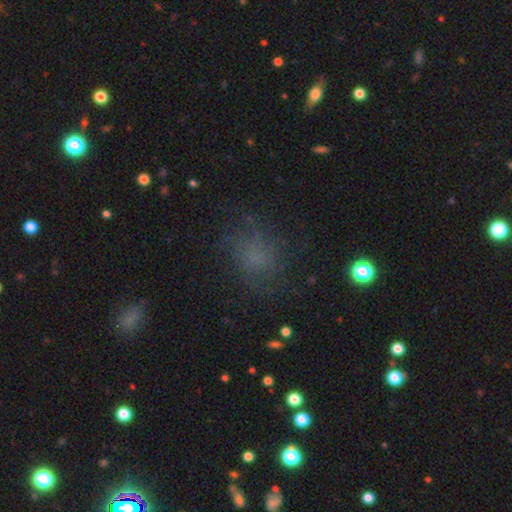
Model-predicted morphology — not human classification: Smooth or featured? Predicted: smooth (p=0.61). How rounded? Predicted: round (p=0.62). Merging? Predicted: none (p=0.68).